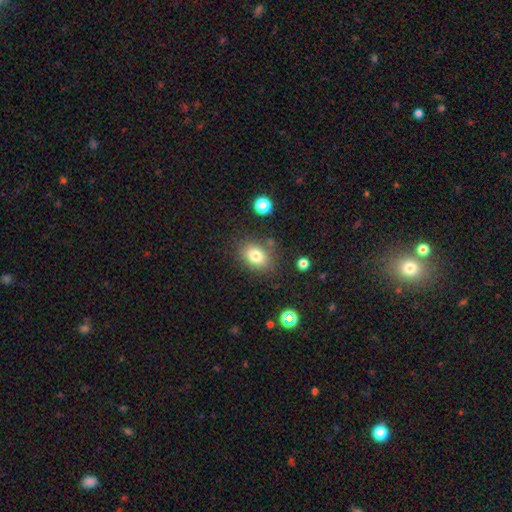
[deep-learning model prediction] Smooth or featured? Predicted: smooth (p=0.80). How rounded? Predicted: in between (p=0.72). Merging? Predicted: none (p=0.80).